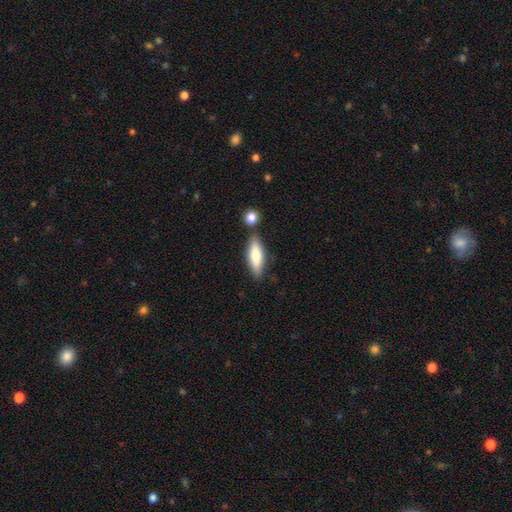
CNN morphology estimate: Smooth or featured? smooth (71%)
How rounded? in between (51%)
Merging? none (74%)